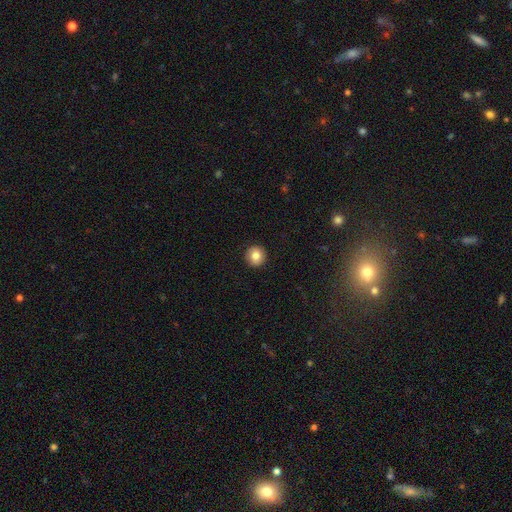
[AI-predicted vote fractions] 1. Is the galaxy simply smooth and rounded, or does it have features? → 83% smooth, 9% star or artifact, 8% featured or disk.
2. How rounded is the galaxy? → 93% round, 6% in between, 1% cigar-shaped.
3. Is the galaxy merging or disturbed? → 93% none, 5% minor disturbance, 1% major disturbance, 1% merger.